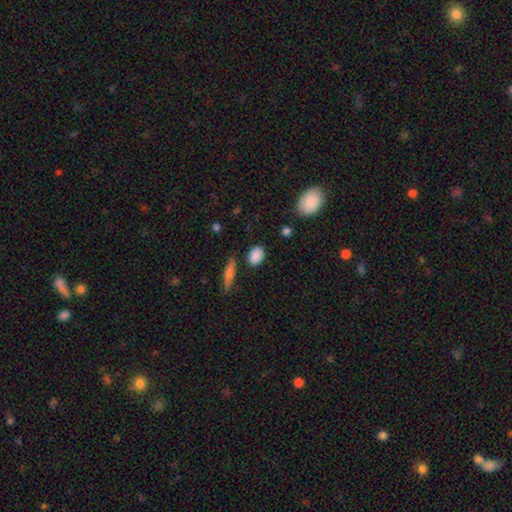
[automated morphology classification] This appears to be a smooth galaxy with no disk features (87%) that is in between round and cigar-shaped (74%). Merging: none (82%).